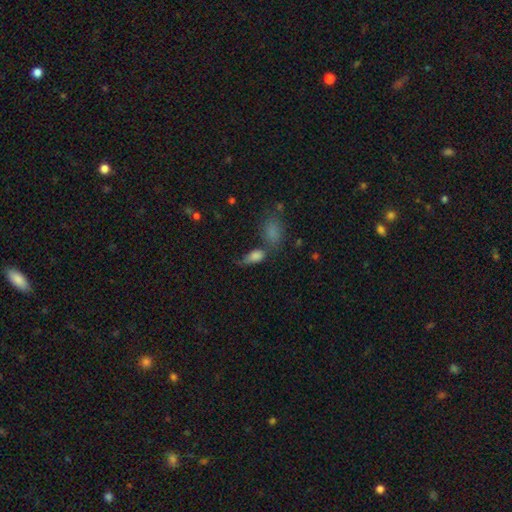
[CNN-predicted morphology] This appears to be a smooth galaxy with no disk features (80%) that is in between round and cigar-shaped (85%). Merging: none (44%).